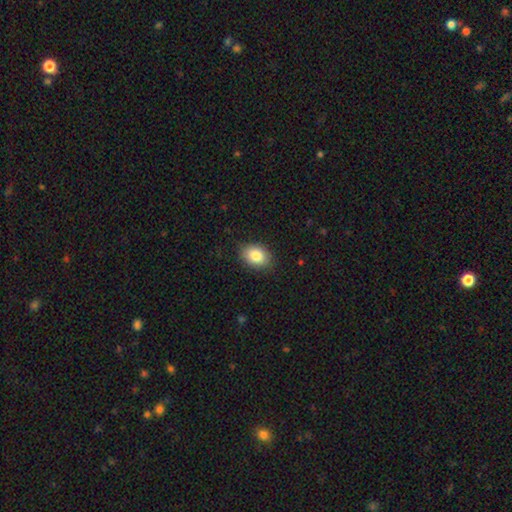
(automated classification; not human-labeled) Q: Smooth or featured?
A: smooth (84%); runner-up: featured or disk (8%)
Q: How rounded?
A: in between (76%); runner-up: round (23%)
Q: Merging?
A: none (85%); runner-up: minor disturbance (12%)